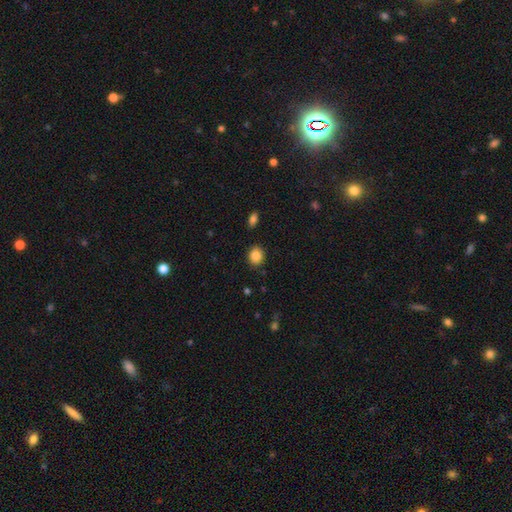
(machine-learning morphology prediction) Smooth or featured: smooth — 85% (star or artifact — 9%)
How rounded: round — 66% (in between — 33%)
Merging: none — 88% (minor disturbance — 8%)